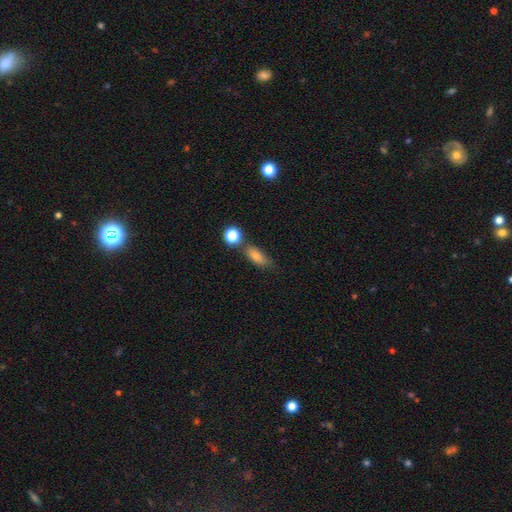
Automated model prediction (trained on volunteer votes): A smooth galaxy with no disk features (75%) that is in between round and cigar-shaped (66%). Merging: none (60%).